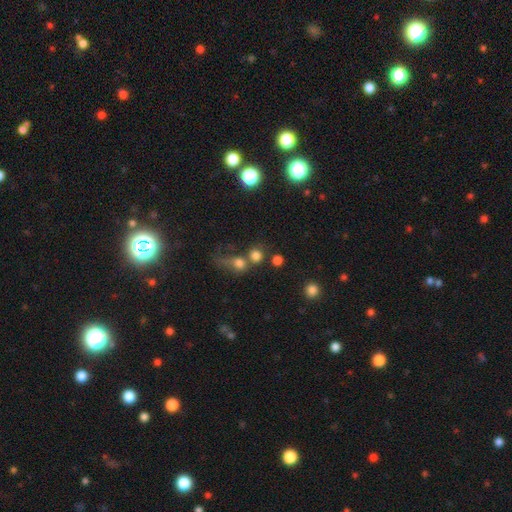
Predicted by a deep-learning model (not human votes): Smooth or featured? smooth (76%)
How rounded? round (86%)
Merging? none (49%)